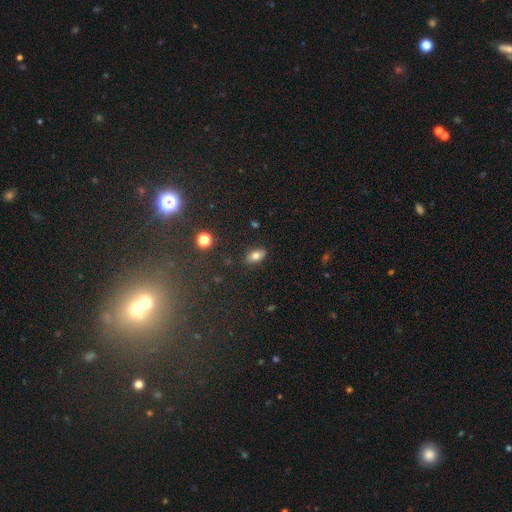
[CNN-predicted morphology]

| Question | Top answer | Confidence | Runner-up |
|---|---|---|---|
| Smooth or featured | smooth | 75% | featured or disk (14%) |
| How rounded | in between | 88% | round (8%) |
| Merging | none | 86% | minor disturbance (10%) |